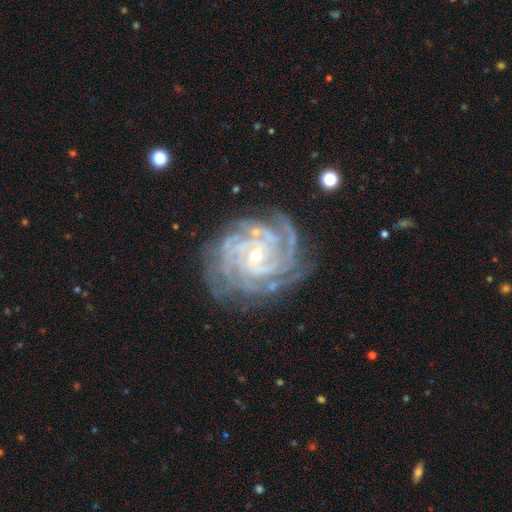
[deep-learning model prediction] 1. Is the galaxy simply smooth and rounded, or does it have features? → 92% featured or disk, 5% star or artifact, 3% smooth.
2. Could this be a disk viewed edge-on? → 97% no, 3% yes.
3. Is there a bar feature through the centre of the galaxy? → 56% no, 32% weak, 12% strong.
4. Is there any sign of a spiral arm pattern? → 98% yes, 2% no.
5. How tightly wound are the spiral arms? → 78% tight, 19% medium, 2% loose.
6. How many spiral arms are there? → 27% 4, 21% more than 4, 18% can't tell, 17% 3, 10% 2, 7% 1.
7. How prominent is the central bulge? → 63% small, 34% moderate, 1% large, 1% none, 1% dominant.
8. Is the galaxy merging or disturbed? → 75% none, 17% minor disturbance, 6% major disturbance, 2% merger.